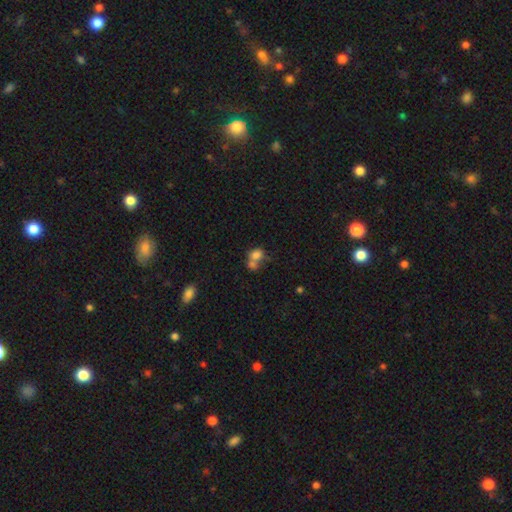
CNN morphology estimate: The model was most divided on "how rounded": round: 55%, in between: 44%, cigar-shaped: 1%. More confident: smooth or featured — smooth (74%); merging — merger (62%).